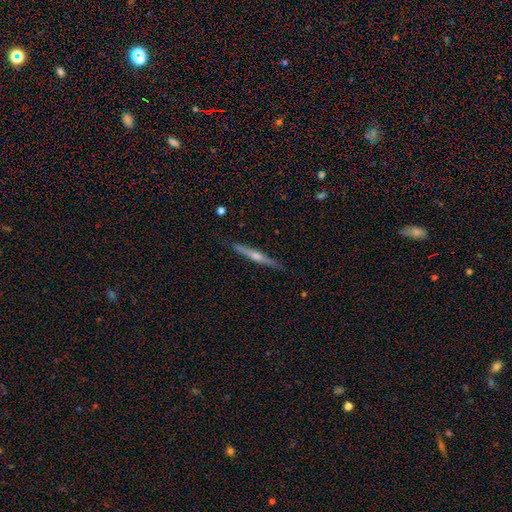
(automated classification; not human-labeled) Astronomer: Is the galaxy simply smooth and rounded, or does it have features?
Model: featured or disk — 71%.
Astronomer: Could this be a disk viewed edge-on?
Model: yes — 98%.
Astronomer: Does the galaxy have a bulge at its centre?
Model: rounded — 83%.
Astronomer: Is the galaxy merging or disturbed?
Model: none — 90%.